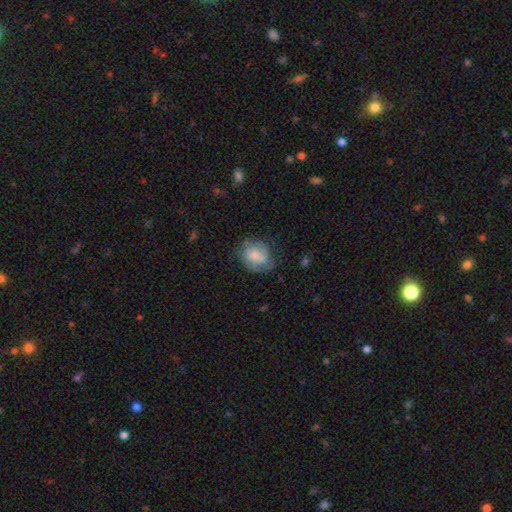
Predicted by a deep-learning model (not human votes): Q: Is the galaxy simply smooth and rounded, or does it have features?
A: featured or disk — 50%.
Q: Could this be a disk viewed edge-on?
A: no — 97%.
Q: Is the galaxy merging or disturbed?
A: none — 58%.